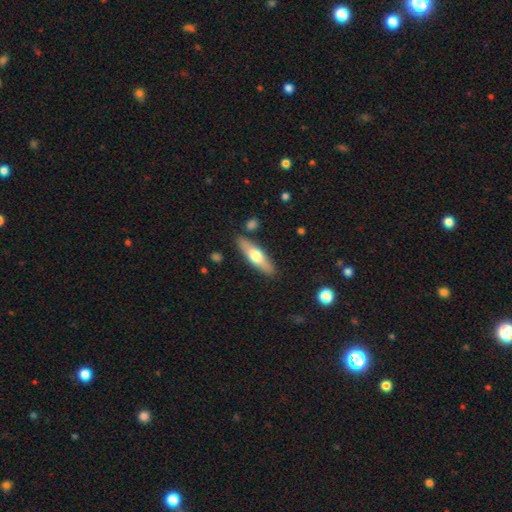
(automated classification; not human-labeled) This appears to be a smooth galaxy with no disk features (55%) that is cigar-shaped (59%). Merging: none (85%).